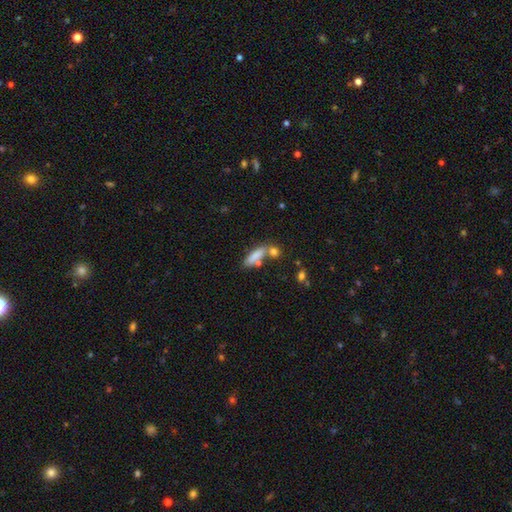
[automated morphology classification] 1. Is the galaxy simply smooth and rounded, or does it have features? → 78% smooth, 13% featured or disk, 8% star or artifact.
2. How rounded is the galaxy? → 57% cigar-shaped, 39% in between, 3% round.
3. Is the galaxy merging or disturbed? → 56% none, 23% merger, 15% minor disturbance, 6% major disturbance.